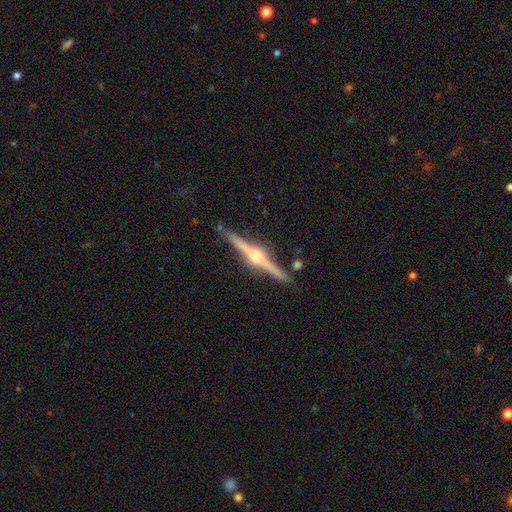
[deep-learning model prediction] This is clearly a featured or disk galaxy (87%). It is clearly viewed edge-on (98%). Edge-on bulge: clearly rounded (94%). Merging: clearly none (87%).